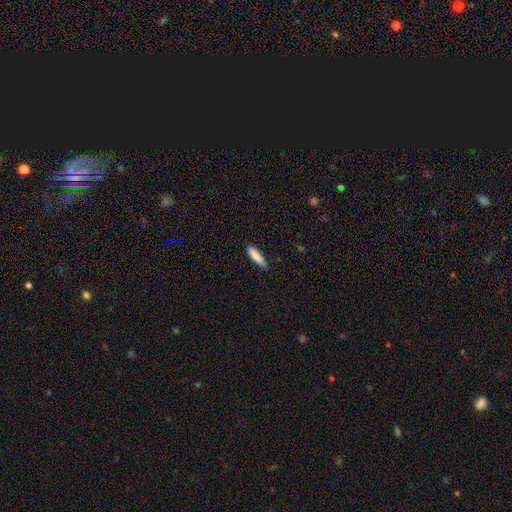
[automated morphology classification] A smooth galaxy with no disk features (84%) that is cigar-shaped (63%).

Vote fractions:
- Smooth or featured? smooth: 84% / featured or disk: 10% / star or artifact: 6%
- How rounded? cigar-shaped: 63% / in between: 35% / round: 1%
- Merging? none: 75% / minor disturbance: 21% / major disturbance: 3% / merger: 1%